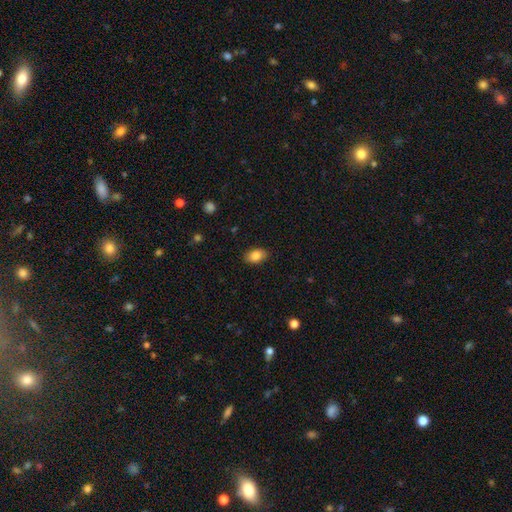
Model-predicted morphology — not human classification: Smooth or featured? Predicted: smooth (p=0.85). How rounded? Predicted: in between (p=0.87). Merging? Predicted: none (p=0.87).